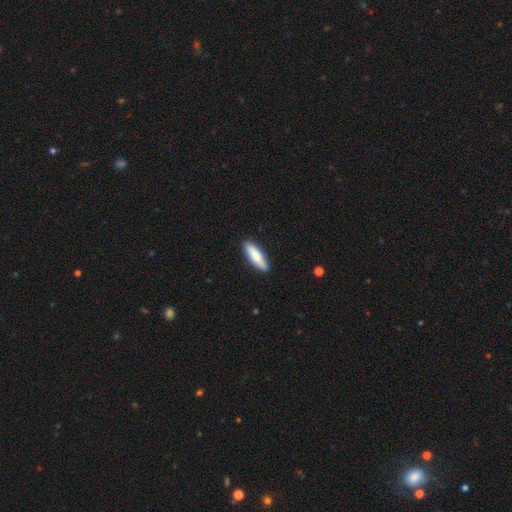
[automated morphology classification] type=smooth (81%); roundness=cigar-shaped (60%); merging=none (88%).